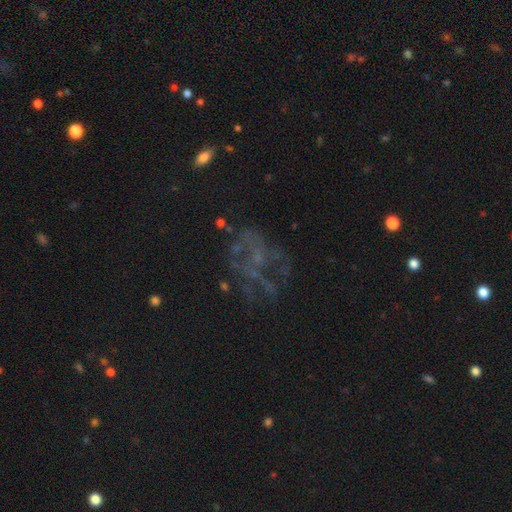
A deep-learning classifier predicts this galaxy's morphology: smooth-or-featured: featured or disk: 56% | star or artifact: 28% | smooth: 16%
  disk-edge-on: no: 97% | yes: 3%
    bar: no: 85% | weak: 12% | strong: 3%
    has-spiral-arms: no: 75% | yes: 25%
    bulge-size: none: 65% | small: 23% | moderate: 9% | large: 2% | dominant: 1%
  merging: none: 50% | major disturbance: 30% | minor disturbance: 15% | merger: 4%